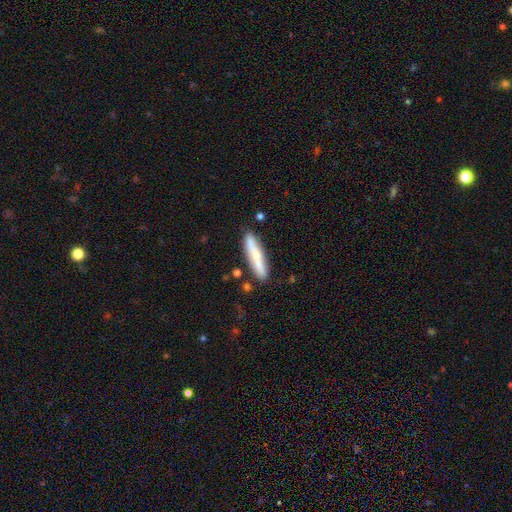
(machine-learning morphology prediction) smooth 54%, featured or disk 40%, star or artifact 6%. Down the decision tree: how rounded — cigar-shaped (87%); merging — none (83%).